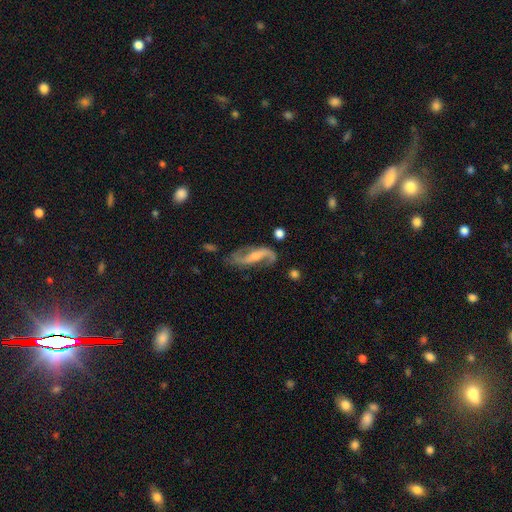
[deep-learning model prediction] smooth_or_featured: featured or disk (p=0.87) [alt: smooth p=0.08]
disk_edge_on: no (p=0.91) [alt: yes p=0.09]
bar: weak (p=0.36) [alt: no p=0.34]
has_spiral_arms: yes (p=0.96) [alt: no p=0.04]
spiral_winding: loose (p=0.62) [alt: medium p=0.29]
spiral_arm_count: 2 (p=0.91) [alt: can't tell p=0.03]
bulge_size: small (p=0.49) [alt: moderate p=0.42]
merging: none (p=0.69) [alt: minor disturbance p=0.18]